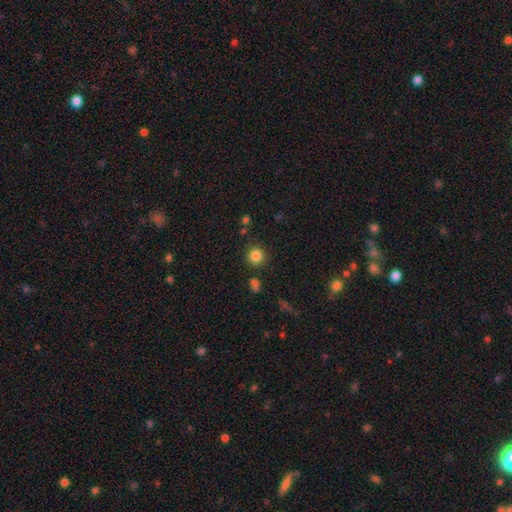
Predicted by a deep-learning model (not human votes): Overall: smooth (83%). How rounded: round (93%). Merging: none (85%).